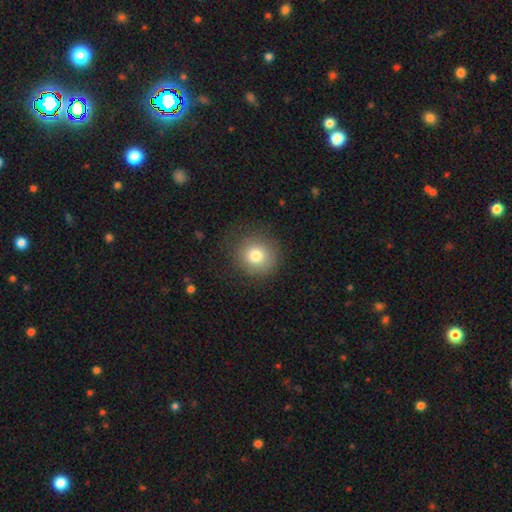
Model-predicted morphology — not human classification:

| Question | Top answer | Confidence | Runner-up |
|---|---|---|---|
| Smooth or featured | smooth | 78% | featured or disk (11%) |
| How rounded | round | 92% | in between (7%) |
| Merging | none | 83% | minor disturbance (10%) |